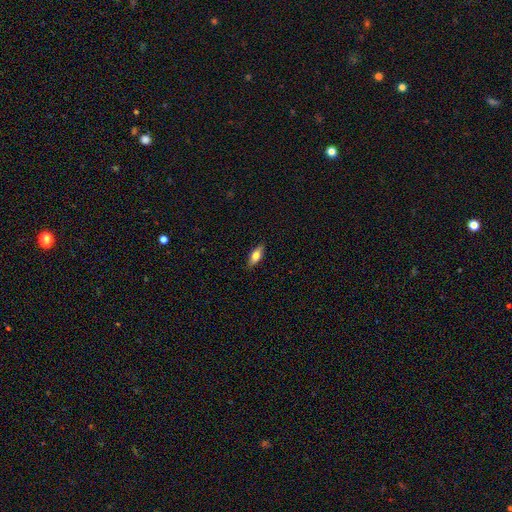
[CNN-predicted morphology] smooth 69%, featured or disk 25%, star or artifact 7%. Down the decision tree: how rounded — in between (70%); merging — none (86%).